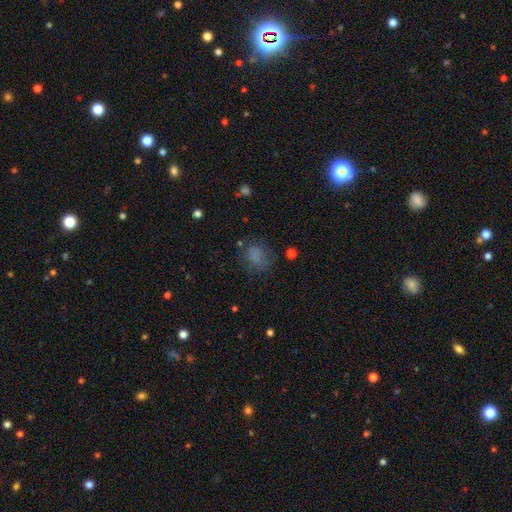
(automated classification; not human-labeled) Smooth or featured?
  - smooth: 73% *
  - star or artifact: 15%
  - featured or disk: 12%
How rounded?
  - round: 56% *
  - in between: 43%
  - cigar-shaped: 1%
Merging?
  - none: 65% *
  - minor disturbance: 20%
  - major disturbance: 12%
  - merger: 2%